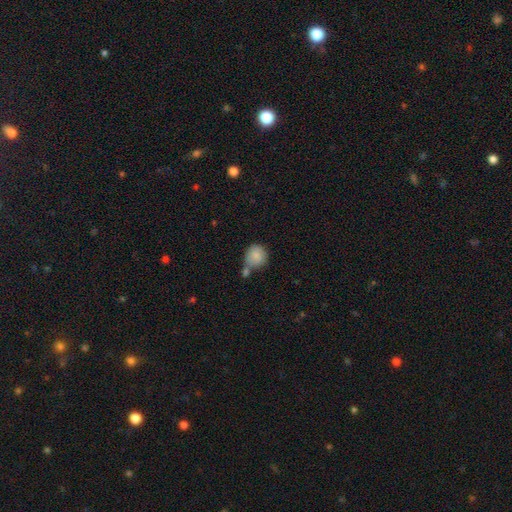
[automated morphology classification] The model was most divided on "merging": none: 50%, merger: 29%, minor disturbance: 16%, major disturbance: 5%. More confident: smooth or featured — smooth (86%); how rounded — round (84%).